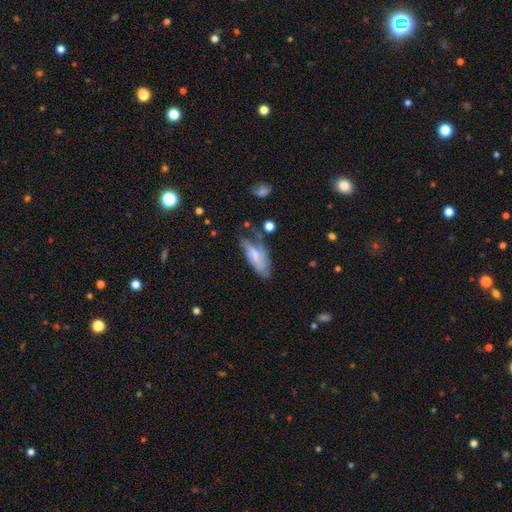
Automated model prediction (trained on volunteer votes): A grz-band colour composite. It shows a smooth galaxy with no disk features (55%) that is in between round and cigar-shaped (77%). Merging: none (41%).